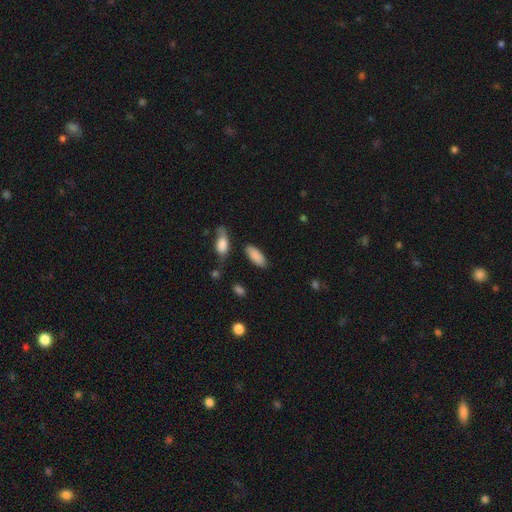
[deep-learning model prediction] Smooth or featured: smooth — 87% (star or artifact — 7%)
How rounded: in between — 81% (cigar-shaped — 17%)
Merging: none — 79% (minor disturbance — 13%)